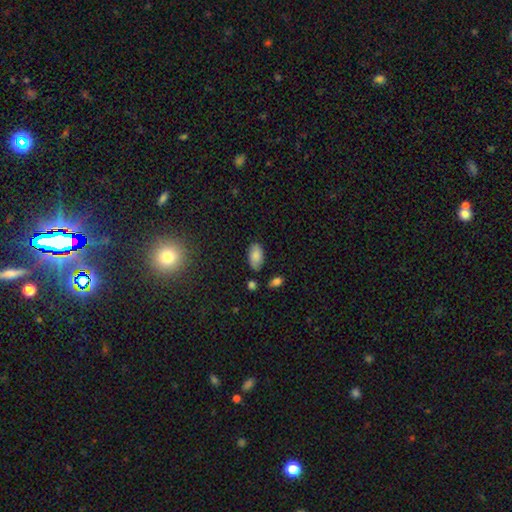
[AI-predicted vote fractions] smooth-or-featured: smooth: 83% | featured or disk: 9% | star or artifact: 8%
  how-rounded: in between: 94% | round: 3% | cigar-shaped: 2%
  merging: none: 76% | minor disturbance: 17% | merger: 4% | major disturbance: 3%